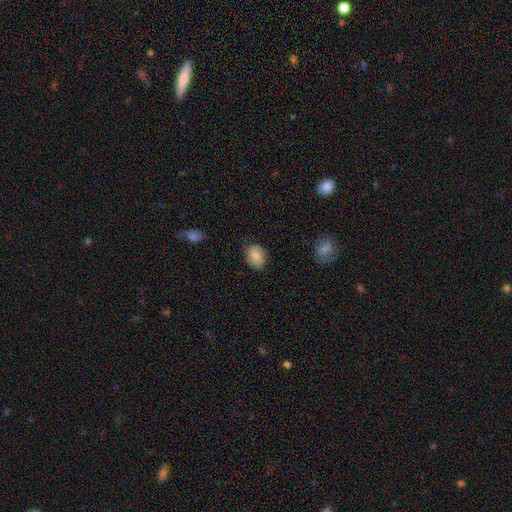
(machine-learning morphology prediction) This is clearly a smooth galaxy (81%). How rounded: likely in between (62%). Merging: likely none (78%).